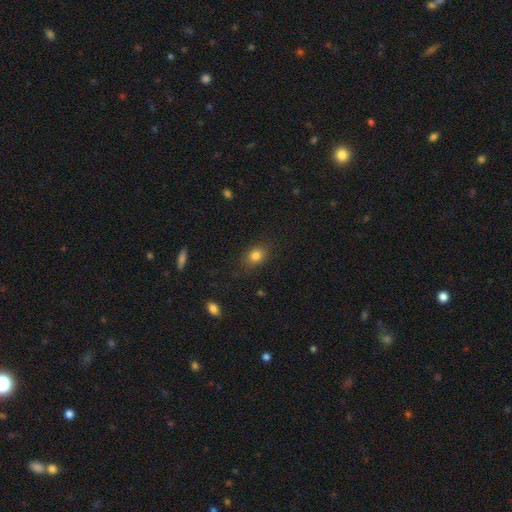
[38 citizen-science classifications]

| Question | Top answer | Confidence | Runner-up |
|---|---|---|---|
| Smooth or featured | smooth | 95% | star or artifact (5%) |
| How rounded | in between | 69% | round (28%) |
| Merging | none | 89% | minor disturbance (6%) |